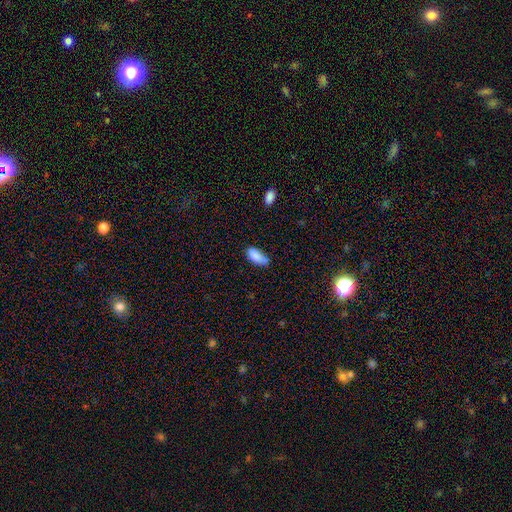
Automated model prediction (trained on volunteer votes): Smooth or featured? Predicted: smooth (p=0.86). How rounded? Predicted: in between (p=0.86). Merging? Predicted: none (p=0.51).